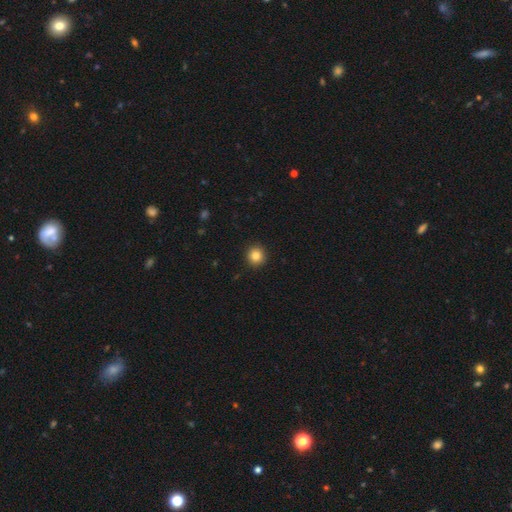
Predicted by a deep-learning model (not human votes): Q: Smooth or featured?
A: smooth (83%); runner-up: star or artifact (11%)
Q: How rounded?
A: round (91%); runner-up: in between (8%)
Q: Merging?
A: none (93%); runner-up: minor disturbance (5%)